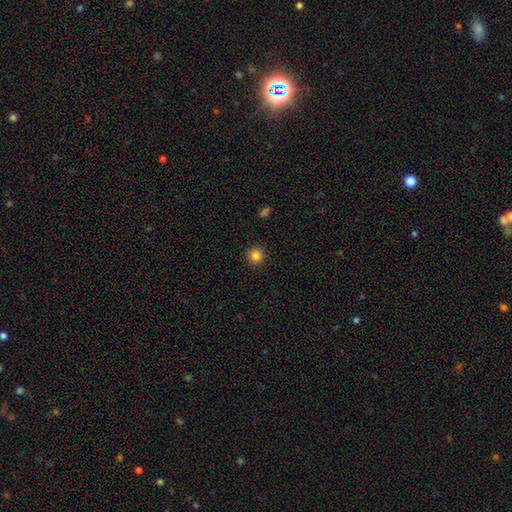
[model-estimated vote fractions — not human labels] Smooth or featured? smooth (84%)
How rounded? round (95%)
Merging? none (92%)